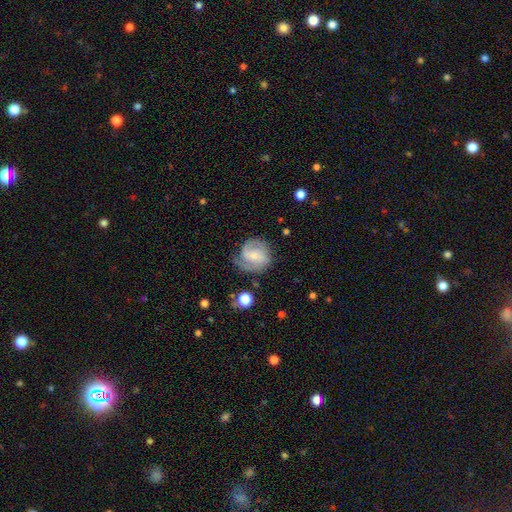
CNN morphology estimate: Smooth or featured? Predicted: featured or disk (p=0.74). Edge-on disk? Predicted: no (p=0.98). Bar? Predicted: no (p=0.47). Spiral arms? Predicted: yes (p=0.94). Spiral winding? Predicted: medium (p=0.45). Spiral arm count? Predicted: 2 (p=0.68). Bulge size? Predicted: small (p=0.66). Merging? Predicted: none (p=0.65).